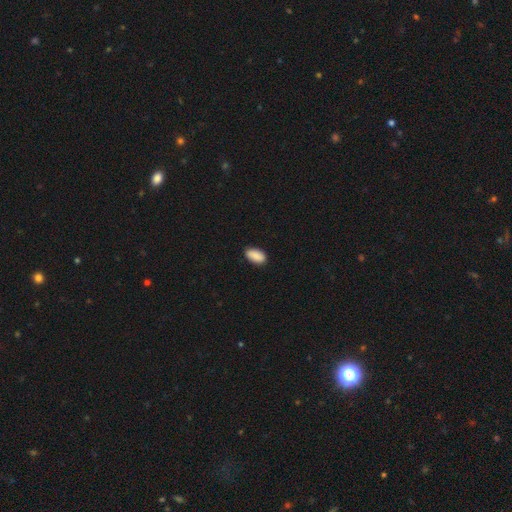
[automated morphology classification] A smooth galaxy with no disk features (90%) that is in between round and cigar-shaped (94%).

Vote fractions:
- Smooth or featured? smooth: 90% / star or artifact: 6% / featured or disk: 4%
- How rounded? in between: 94% / round: 3% / cigar-shaped: 3%
- Merging? none: 88% / minor disturbance: 10% / major disturbance: 2% / merger: 1%